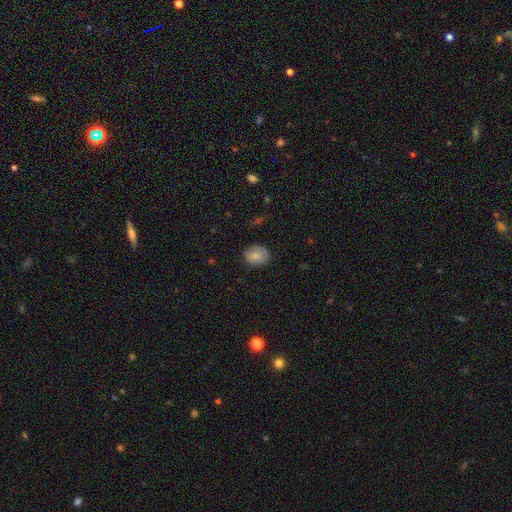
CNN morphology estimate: smooth 81%, featured or disk 11%, star or artifact 8%. Down the decision tree: how rounded — round (56%); merging — none (78%).